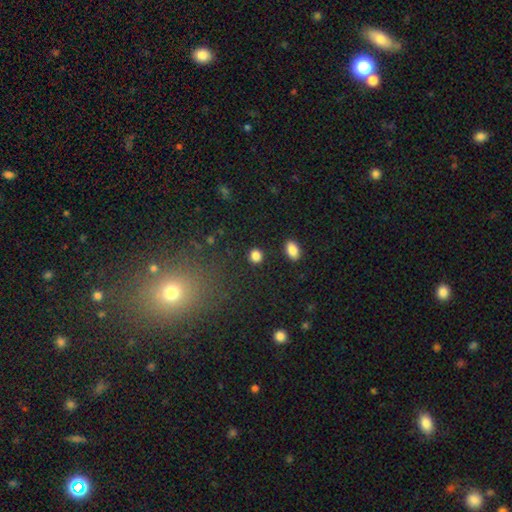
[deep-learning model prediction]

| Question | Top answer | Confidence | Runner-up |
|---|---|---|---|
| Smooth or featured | smooth | 85% | star or artifact (11%) |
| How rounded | round | 79% | in between (20%) |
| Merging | none | 89% | minor disturbance (6%) |